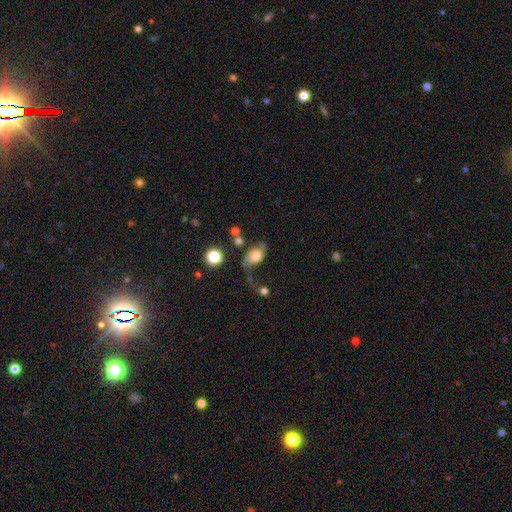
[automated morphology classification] smooth-or-featured: smooth: 45% (tied) | featured or disk: 45% (tied) | star or artifact: 11%
  merging: none: 34% | major disturbance: 32% | minor disturbance: 22% | merger: 12%